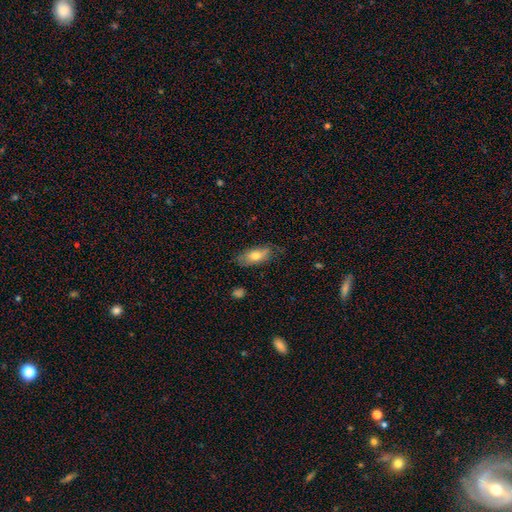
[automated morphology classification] Q: Smooth or featured?
A: smooth (72%); runner-up: featured or disk (21%)
Q: How rounded?
A: in between (80%); runner-up: cigar-shaped (16%)
Q: Merging?
A: none (70%); runner-up: minor disturbance (23%)